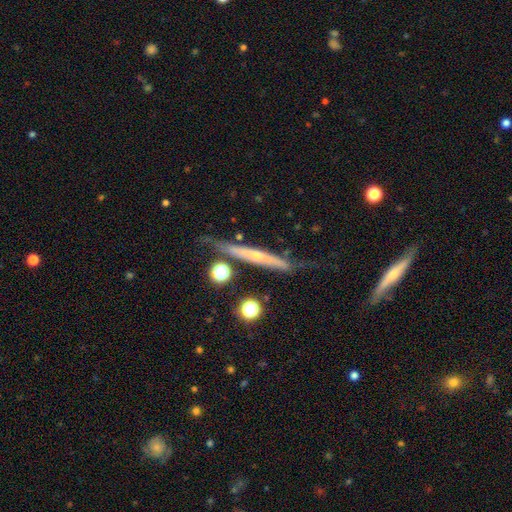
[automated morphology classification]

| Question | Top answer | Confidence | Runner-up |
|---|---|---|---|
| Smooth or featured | featured or disk | 65% | smooth (27%) |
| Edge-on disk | yes | 91% | no (9%) |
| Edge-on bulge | rounded | 51% | none (44%) |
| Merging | none | 70% | minor disturbance (20%) |